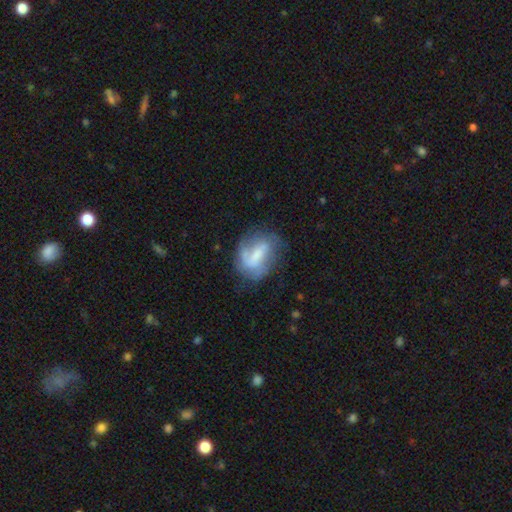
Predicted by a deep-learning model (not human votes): The model was most divided on "bulge size": small: 37%, moderate: 31%, none: 24%, large: 7%, dominant: 2%. Remaining: edge-on disk — no (95%); spiral arms — yes (73%); smooth or featured — featured or disk (61%); merging — none (54%); bar — weak (43%).